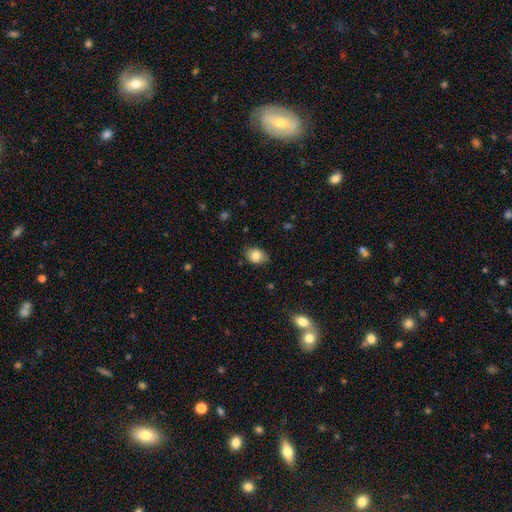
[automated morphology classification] smooth-or-featured: smooth: 83% | star or artifact: 9% | featured or disk: 9%
  how-rounded: in between: 62% | round: 37% | cigar-shaped: 1%
  merging: none: 76% | minor disturbance: 19% | major disturbance: 3% | merger: 1%